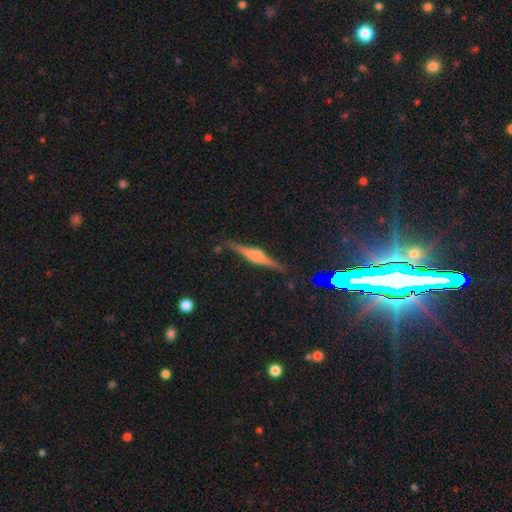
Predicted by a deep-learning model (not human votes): Smooth or featured? Predicted: featured or disk (p=0.77). Edge-on disk? Predicted: yes (p=0.97). Edge-on bulge? Predicted: rounded (p=0.73). Merging? Predicted: none (p=0.85).